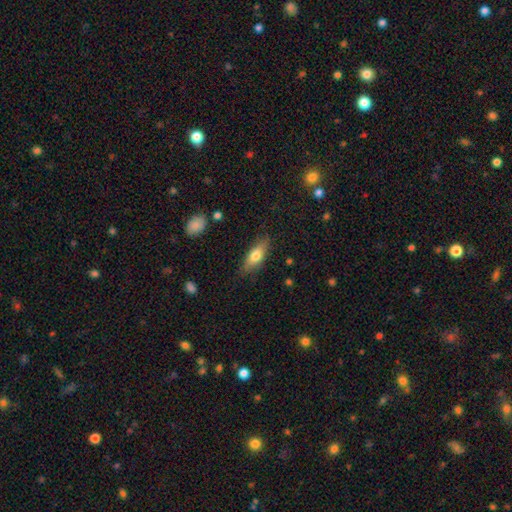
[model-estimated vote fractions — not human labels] Smooth or featured? smooth (70%)
How rounded? in between (63%)
Merging? none (82%)